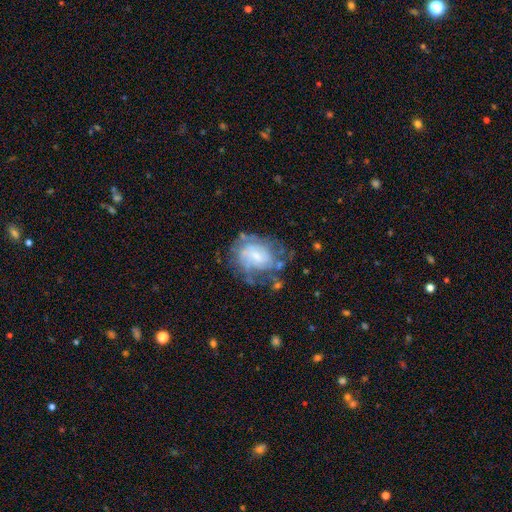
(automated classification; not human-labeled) Q: Smooth or featured?
A: featured or disk (67%); runner-up: smooth (24%)
Q: Edge-on disk?
A: no (97%); runner-up: yes (3%)
Q: Bar?
A: no (49%); runner-up: weak (43%)
Q: Spiral arms?
A: yes (74%); runner-up: no (26%)
Q: Bulge size?
A: small (50%); runner-up: moderate (31%)
Q: Merging?
A: none (51%); runner-up: minor disturbance (25%)